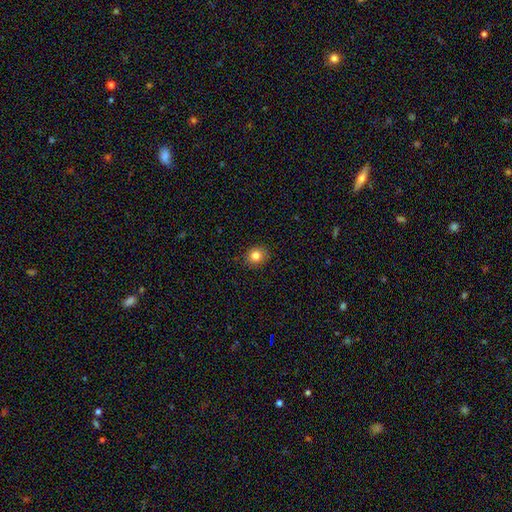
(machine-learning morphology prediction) A smooth galaxy with no disk features (83%) that is round (73%).

Vote fractions:
- Smooth or featured? smooth: 83% / star or artifact: 11% / featured or disk: 6%
- How rounded? round: 73% / in between: 26% / cigar-shaped: 1%
- Merging? none: 88% / minor disturbance: 9% / major disturbance: 2% / merger: 1%